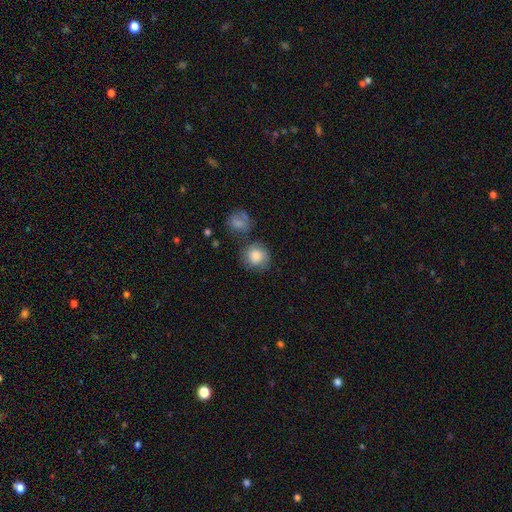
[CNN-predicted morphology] Smooth or featured?
  - smooth: 80% *
  - featured or disk: 12%
  - star or artifact: 8%
How rounded?
  - round: 86% *
  - in between: 13%
  - cigar-shaped: 1%
Merging?
  - none: 64% *
  - minor disturbance: 19%
  - merger: 10%
  - major disturbance: 7%